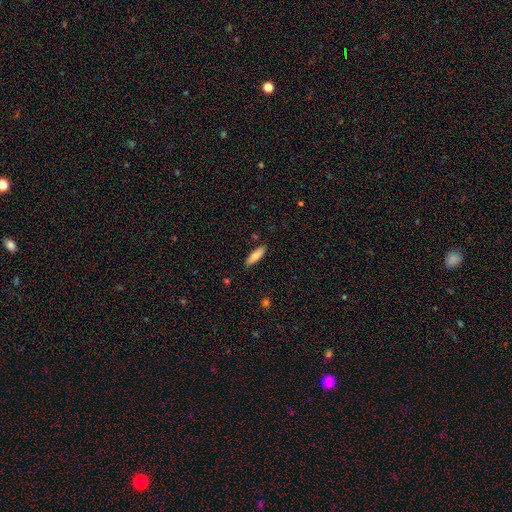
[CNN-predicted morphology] smooth-or-featured: smooth: 80% | featured or disk: 14% | star or artifact: 6%
  how-rounded: cigar-shaped: 52% | in between: 46% | round: 2%
  merging: none: 87% | minor disturbance: 9% | major disturbance: 2% | merger: 2%